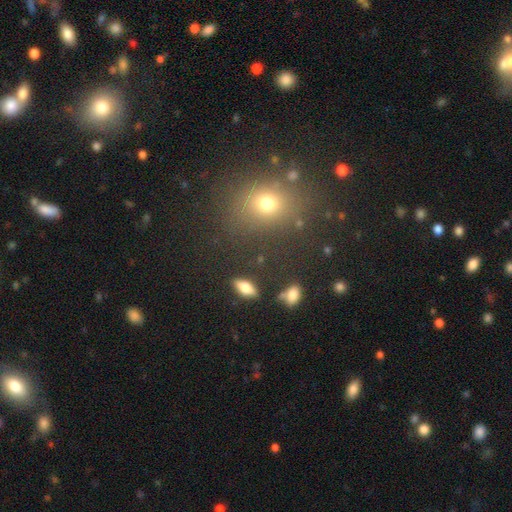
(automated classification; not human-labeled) This appears to be a smooth galaxy with no disk features (56%) that is round (70%). Merging: none (84%).